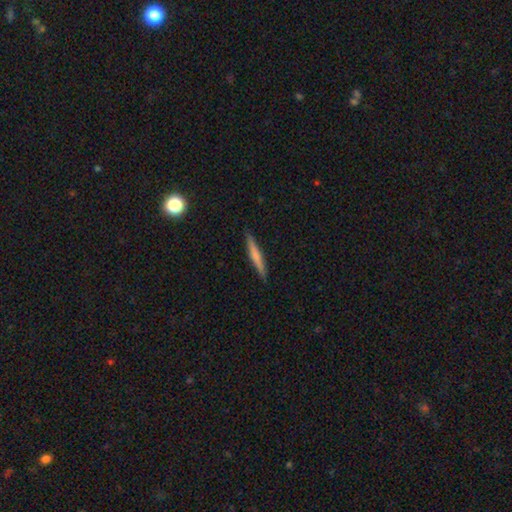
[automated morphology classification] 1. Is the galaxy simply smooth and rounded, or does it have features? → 59% smooth, 35% featured or disk, 6% star or artifact.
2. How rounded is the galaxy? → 95% cigar-shaped, 4% in between, 1% round.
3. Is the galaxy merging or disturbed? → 90% none, 7% minor disturbance, 2% major disturbance, 1% merger.